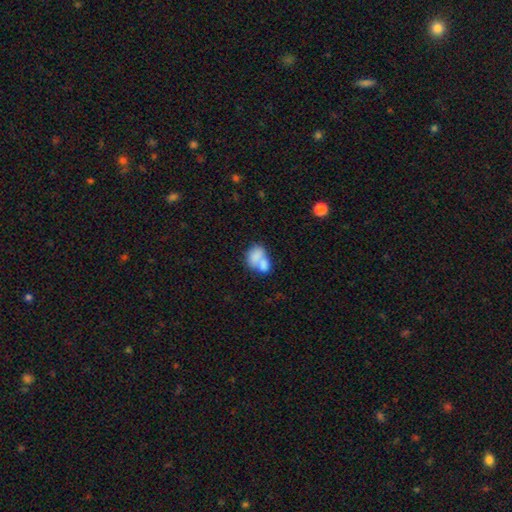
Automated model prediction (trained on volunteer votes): A smooth galaxy with no disk features (73%) that is in between round and cigar-shaped (73%).

Vote fractions:
- Smooth or featured? smooth: 73% / featured or disk: 19% / star or artifact: 8%
- How rounded? in between: 73% / round: 25% / cigar-shaped: 1%
- Merging? merger: 65% / none: 20% / minor disturbance: 9% / major disturbance: 6%